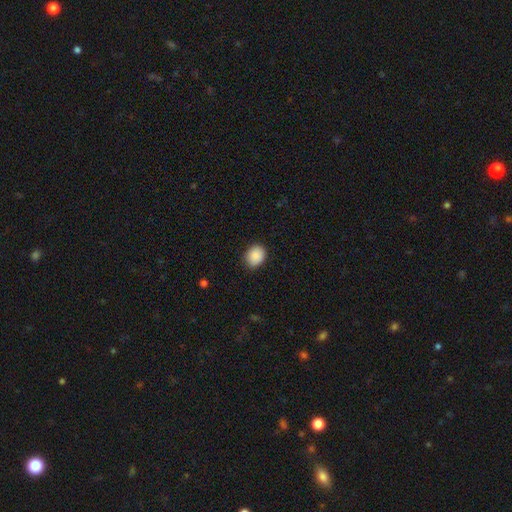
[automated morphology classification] Smooth or featured? smooth (89%)
How rounded? round (53%)
Merging? none (84%)